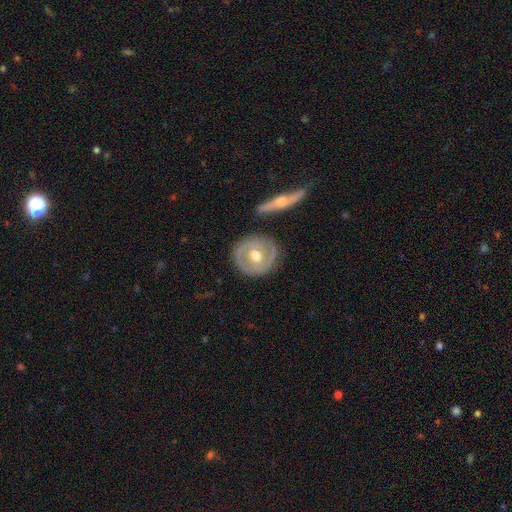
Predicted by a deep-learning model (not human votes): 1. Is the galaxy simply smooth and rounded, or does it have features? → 66% featured or disk, 29% smooth, 4% star or artifact.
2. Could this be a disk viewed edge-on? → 92% no, 8% yes.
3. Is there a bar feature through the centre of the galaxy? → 67% no, 24% weak, 9% strong.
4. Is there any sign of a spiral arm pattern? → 55% no, 45% yes.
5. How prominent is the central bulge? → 79% moderate, 12% large, 7% small, 1% dominant, 1% none.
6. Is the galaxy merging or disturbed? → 82% none, 11% minor disturbance, 4% merger, 3% major disturbance.